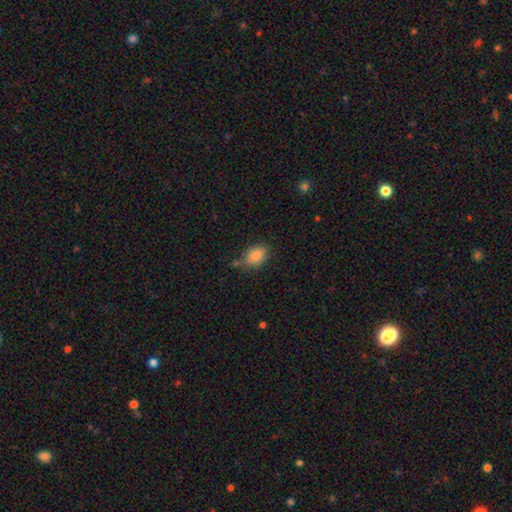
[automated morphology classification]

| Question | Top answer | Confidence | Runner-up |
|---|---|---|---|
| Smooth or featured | smooth | 85% | star or artifact (9%) |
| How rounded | in between | 76% | round (22%) |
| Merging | none | 59% | minor disturbance (28%) |